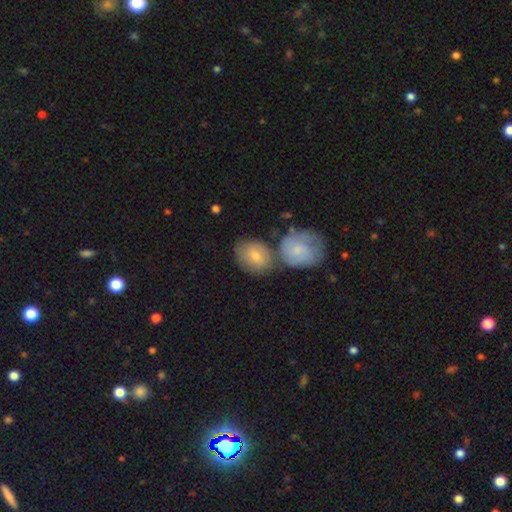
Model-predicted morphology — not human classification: Smooth or featured?
  - smooth: 65% *
  - featured or disk: 27%
  - star or artifact: 8%
How rounded?
  - round: 51% *
  - in between: 47%
  - cigar-shaped: 1%
Merging?
  - none: 43% *
  - merger: 40%
  - minor disturbance: 13%
  - major disturbance: 5%